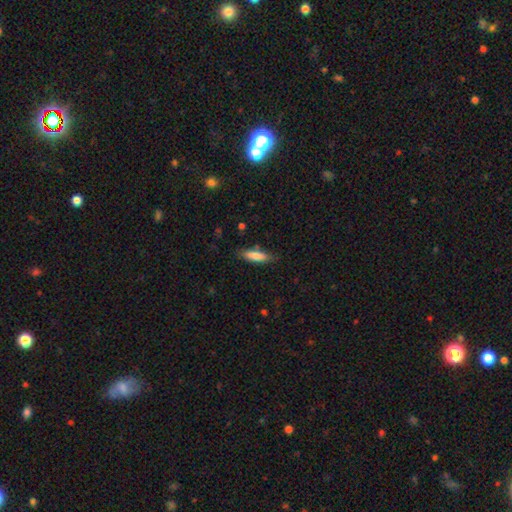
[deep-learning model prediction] smooth_or_featured: smooth (p=0.82) [alt: featured or disk p=0.12]
how_rounded: cigar-shaped (p=0.62) [alt: in between p=0.37]
merging: none (p=0.81) [alt: minor disturbance p=0.14]